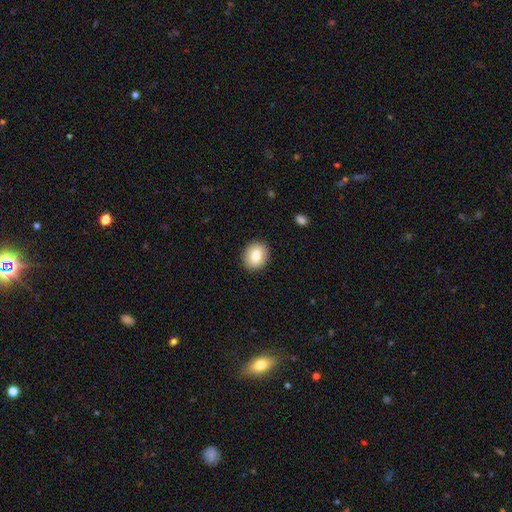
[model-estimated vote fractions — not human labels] Overall: smooth (81%). How rounded: round (64%; in between 35%). Merging: none (90%).